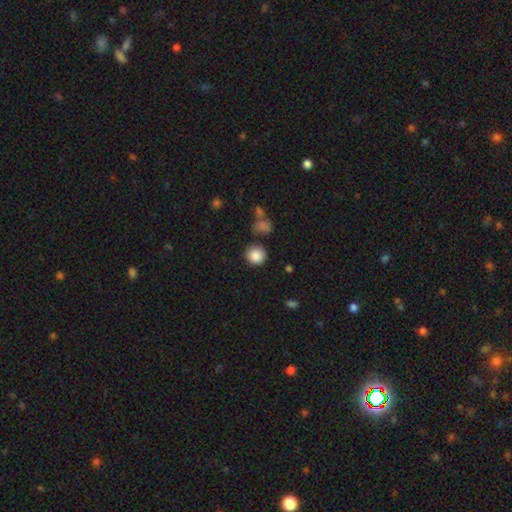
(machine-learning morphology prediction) A smooth galaxy with no disk features (87%) that is round (92%). Merging: none (80%).